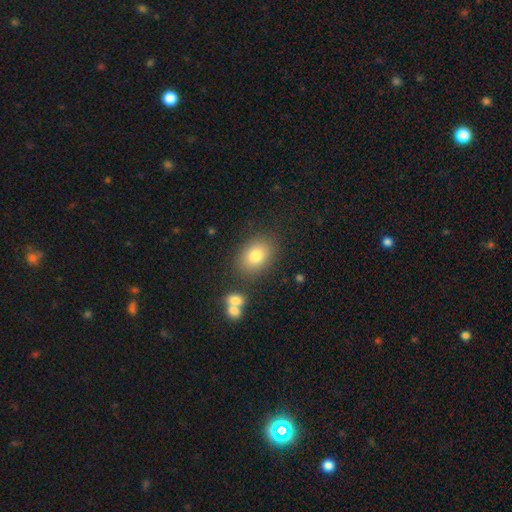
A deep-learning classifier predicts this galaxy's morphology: Smooth or featured?
  - smooth: 79% *
  - featured or disk: 11%
  - star or artifact: 10%
How rounded?
  - in between: 68% *
  - round: 31%
  - cigar-shaped: 1%
Merging?
  - none: 80% *
  - minor disturbance: 11%
  - merger: 5%
  - major disturbance: 4%